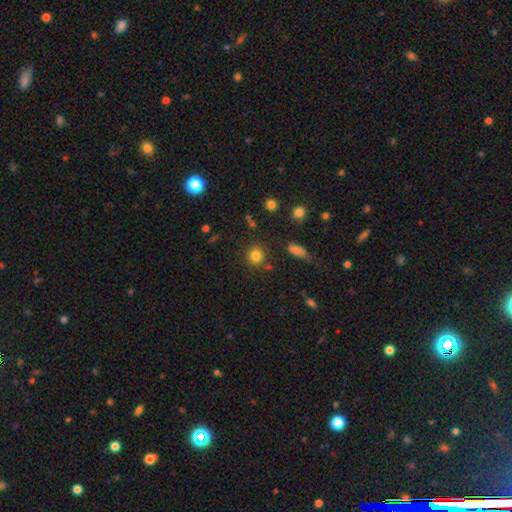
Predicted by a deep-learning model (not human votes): Morphology: type=smooth (81%); roundness=round (86%); merging=none (81%).